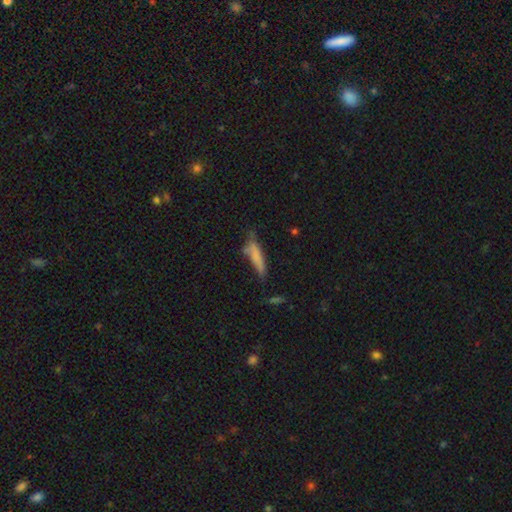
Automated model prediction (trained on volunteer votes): This is likely a smooth galaxy (73%). How rounded: likely cigar-shaped (77%). Merging: possibly none (53%).